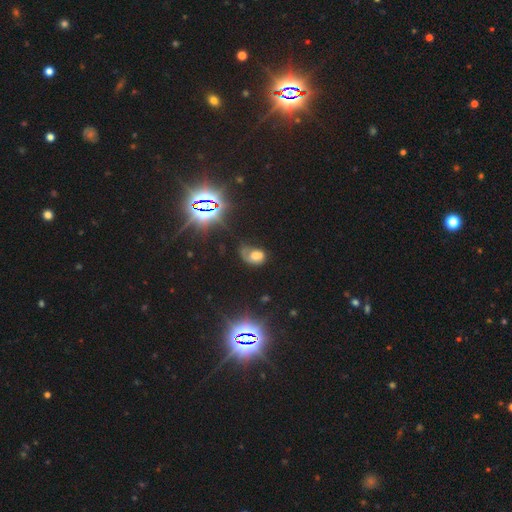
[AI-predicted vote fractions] This is possibly a smooth galaxy (48%). Merging: marginally none (28%, tied with major disturbance).